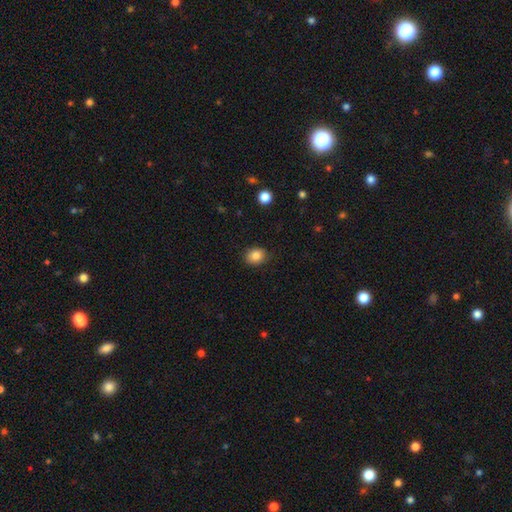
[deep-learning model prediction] A smooth galaxy with no disk features (85%) that is round (54%).

Vote fractions:
- Smooth or featured? smooth: 85% / star or artifact: 9% / featured or disk: 5%
- How rounded? round: 54% / in between: 45% / cigar-shaped: 1%
- Merging? none: 87% / minor disturbance: 10% / major disturbance: 2% / merger: 1%